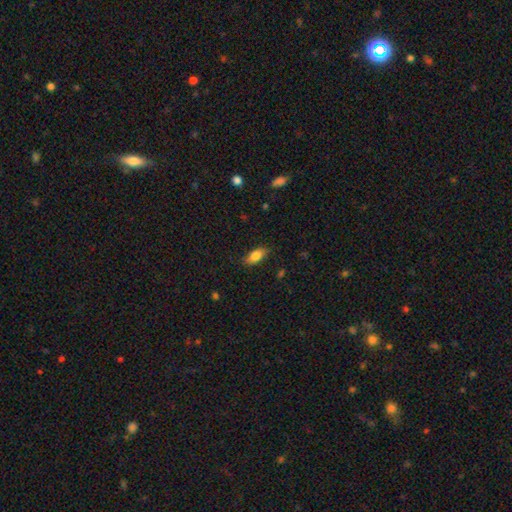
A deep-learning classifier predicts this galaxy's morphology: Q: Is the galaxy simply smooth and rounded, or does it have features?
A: smooth — 80%.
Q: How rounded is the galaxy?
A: in between — 83%.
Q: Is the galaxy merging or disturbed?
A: none — 81%.